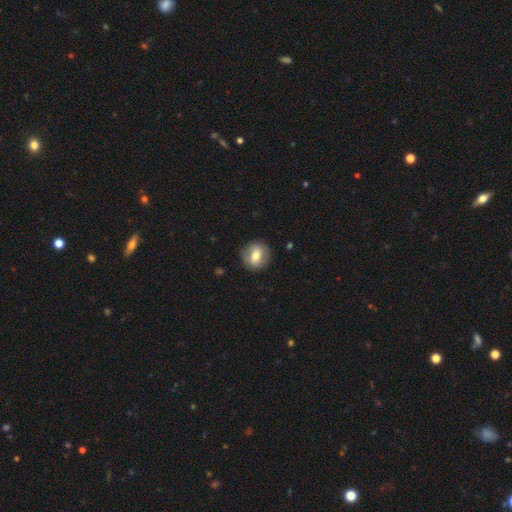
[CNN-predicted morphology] Smooth or featured: smooth — 60% (featured or disk — 32%)
How rounded: round — 79% (in between — 20%)
Merging: none — 83% (minor disturbance — 12%)